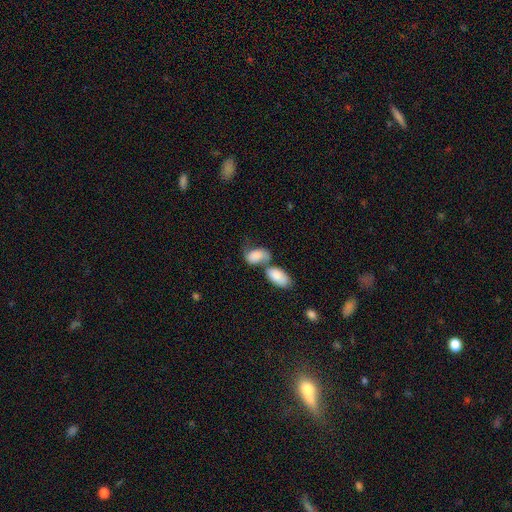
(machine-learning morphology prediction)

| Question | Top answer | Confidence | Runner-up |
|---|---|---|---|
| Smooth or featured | smooth | 79% | featured or disk (15%) |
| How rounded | in between | 91% | round (7%) |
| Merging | merger | 55% | none (22%) |